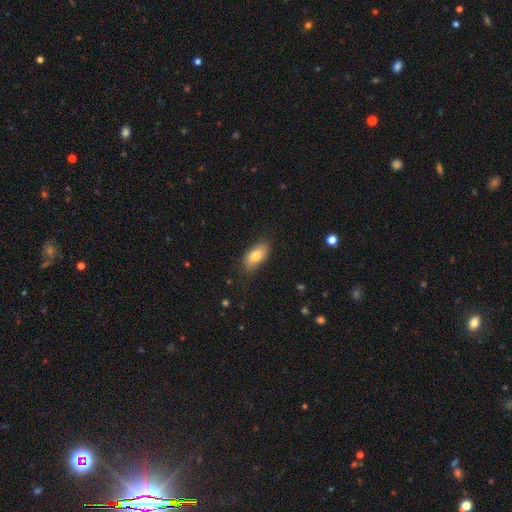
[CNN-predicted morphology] Smooth or featured?
  - smooth: 80% *
  - featured or disk: 13%
  - star or artifact: 7%
How rounded?
  - in between: 90% *
  - cigar-shaped: 6%
  - round: 4%
Merging?
  - none: 81% *
  - minor disturbance: 14%
  - major disturbance: 3%
  - merger: 1%